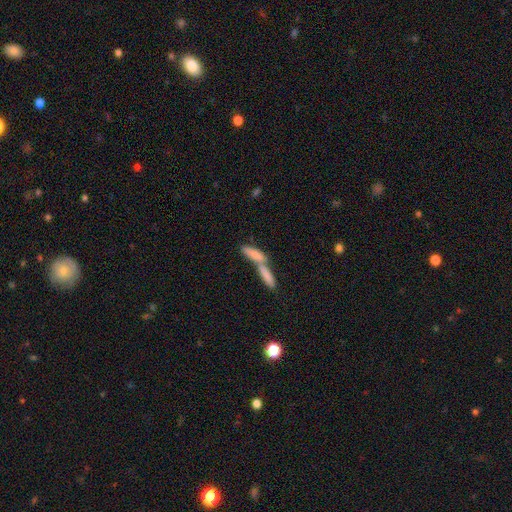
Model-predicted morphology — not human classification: Smooth or featured? smooth (78%)
How rounded? cigar-shaped (63%)
Merging? merger (63%)